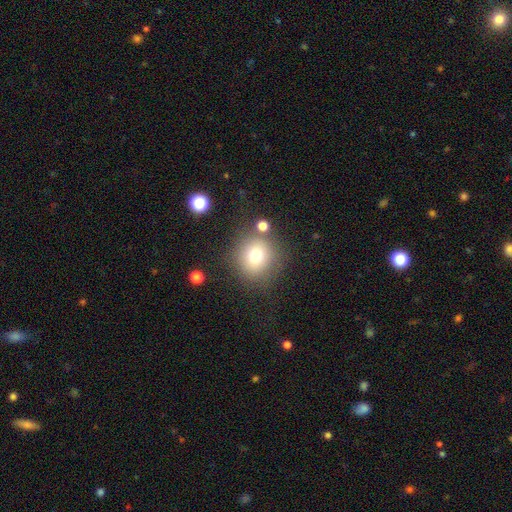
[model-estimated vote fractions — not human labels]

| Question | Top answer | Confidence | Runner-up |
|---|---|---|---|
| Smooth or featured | smooth | 74% | star or artifact (14%) |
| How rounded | round | 87% | in between (12%) |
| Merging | none | 76% | minor disturbance (11%) |